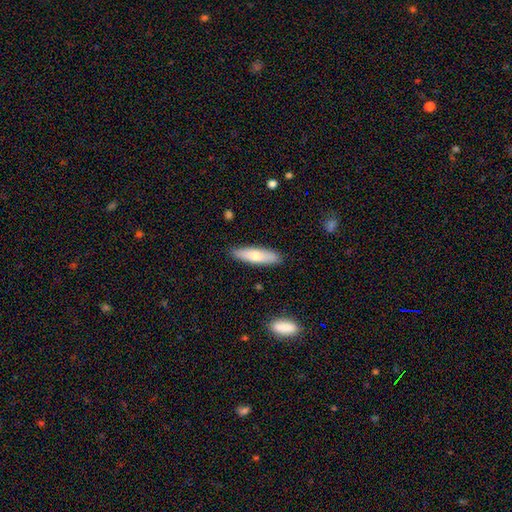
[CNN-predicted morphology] Q: Smooth or featured?
A: smooth (71%); runner-up: featured or disk (23%)
Q: How rounded?
A: cigar-shaped (66%); runner-up: in between (33%)
Q: Merging?
A: none (88%); runner-up: minor disturbance (9%)